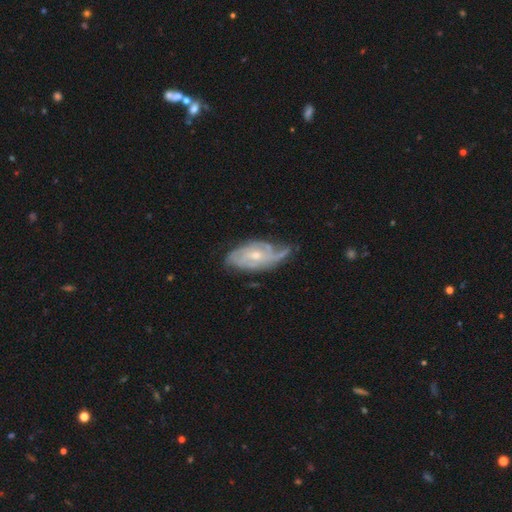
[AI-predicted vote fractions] smooth-or-featured: featured or disk: 82% | smooth: 12% | star or artifact: 6%
  disk-edge-on: no: 94% | yes: 6%
    bar: no: 58% | weak: 35% | strong: 7%
    has-spiral-arms: yes: 93% | no: 7%
      spiral-winding: tight: 50% | medium: 36% | loose: 14%
      spiral-arm-count: can't tell: 32% | 2: 30% | 3: 20% | 4: 7% | 1: 7% | more than 4: 4%
    bulge-size: small: 54% | moderate: 43% | none: 2% | large: 1% | dominant: 1%
  merging: none: 53% | minor disturbance: 31% | major disturbance: 14% | merger: 3%